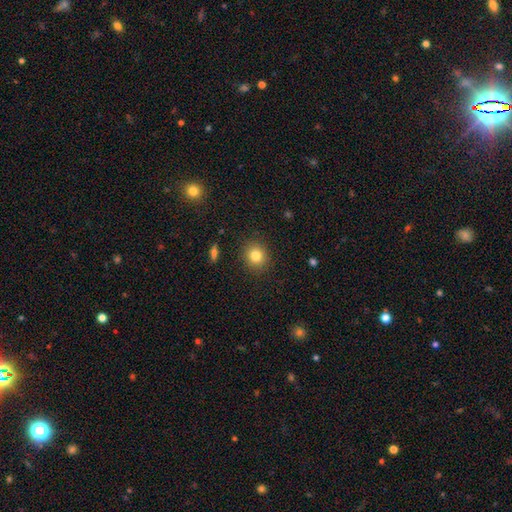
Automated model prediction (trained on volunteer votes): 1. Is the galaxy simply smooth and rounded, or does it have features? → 81% smooth, 11% star or artifact, 7% featured or disk.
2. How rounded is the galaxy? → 82% round, 18% in between, 1% cigar-shaped.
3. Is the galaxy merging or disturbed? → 90% none, 7% minor disturbance, 2% major disturbance, 1% merger.